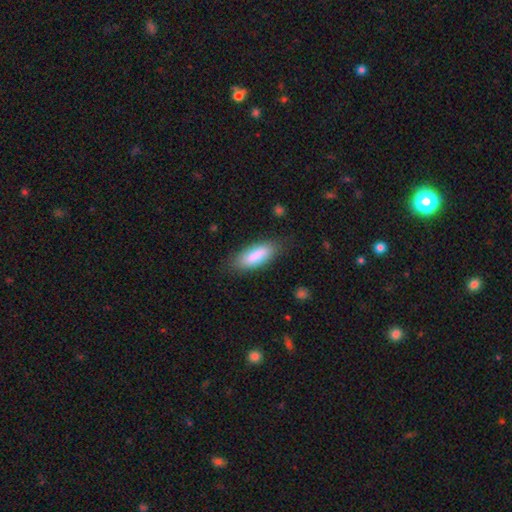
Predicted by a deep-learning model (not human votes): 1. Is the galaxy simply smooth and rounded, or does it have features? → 84% smooth, 10% featured or disk, 6% star or artifact.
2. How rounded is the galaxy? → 69% in between, 29% cigar-shaped, 2% round.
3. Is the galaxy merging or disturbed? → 78% none, 16% minor disturbance, 4% major disturbance, 2% merger.